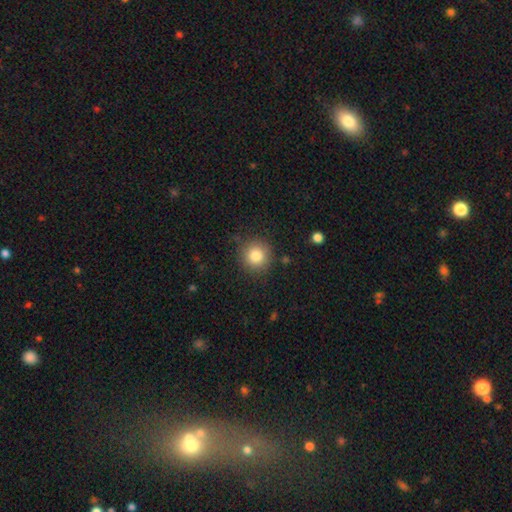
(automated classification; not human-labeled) A smooth galaxy with no disk features (82%) that is round (94%).

Vote fractions:
- Smooth or featured? smooth: 82% / star or artifact: 11% / featured or disk: 7%
- How rounded? round: 94% / in between: 5% / cigar-shaped: 1%
- Merging? none: 86% / minor disturbance: 9% / major disturbance: 3% / merger: 2%